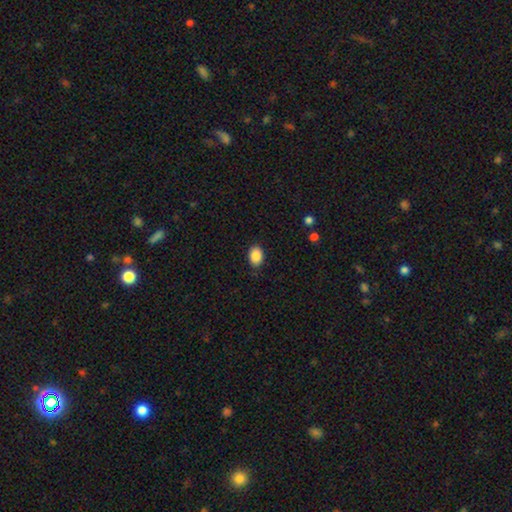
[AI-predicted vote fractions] The model was most divided on "how rounded": in between: 77%, round: 22%, cigar-shaped: 1%. More confident: smooth or featured — smooth (89%); merging — none (86%).